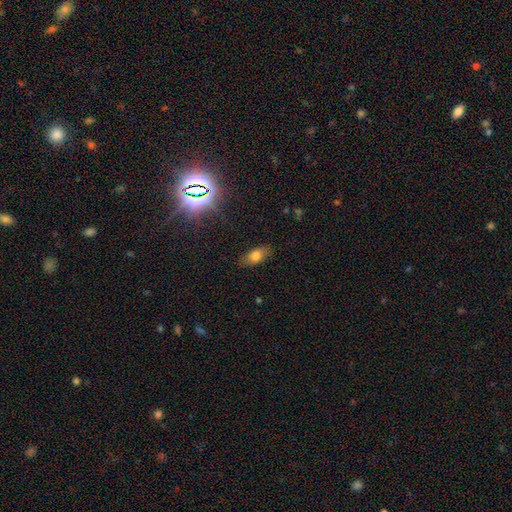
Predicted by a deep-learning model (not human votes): The model was most divided on "smooth or featured": smooth: 72%, featured or disk: 15%, star or artifact: 13%. More confident: how rounded — in between (85%); merging — none (82%).